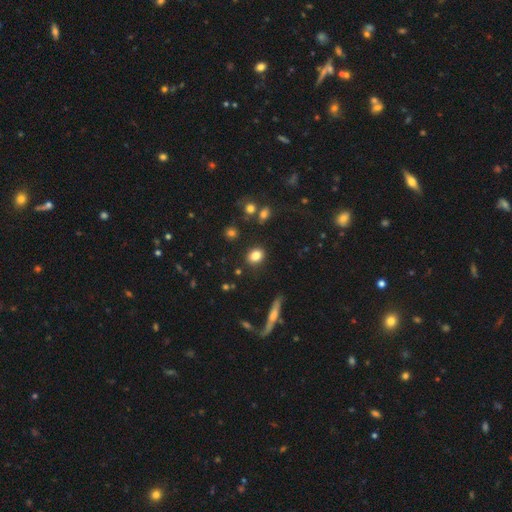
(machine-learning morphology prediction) This appears to be a smooth galaxy with no disk features (83%) that is in between round and cigar-shaped (54%). Merging: none (86%).